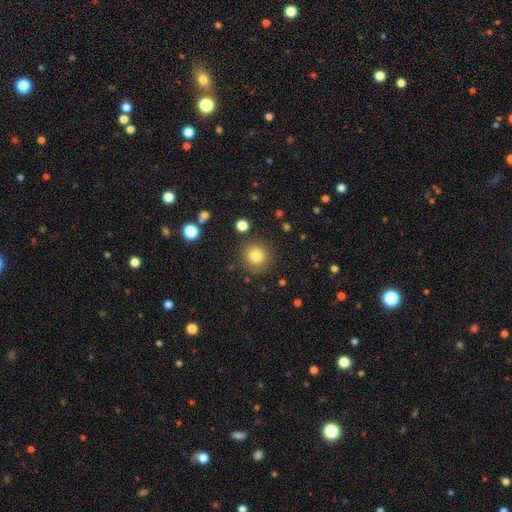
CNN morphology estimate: This appears to be a smooth galaxy with no disk features (81%) that is round (93%). Merging: none (86%).